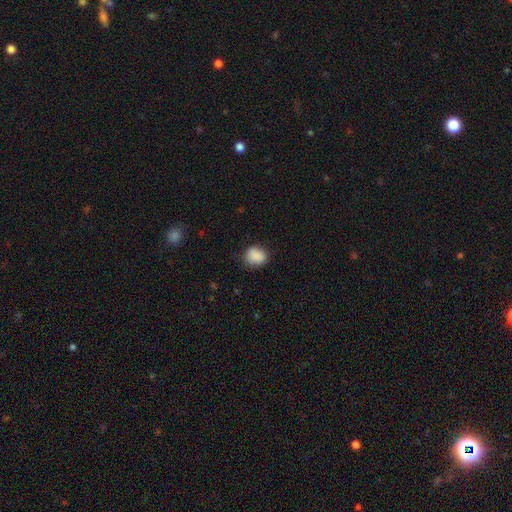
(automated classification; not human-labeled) smooth 88%, star or artifact 8%, featured or disk 4%. Down the decision tree: how rounded — round (53%); merging — none (80%).